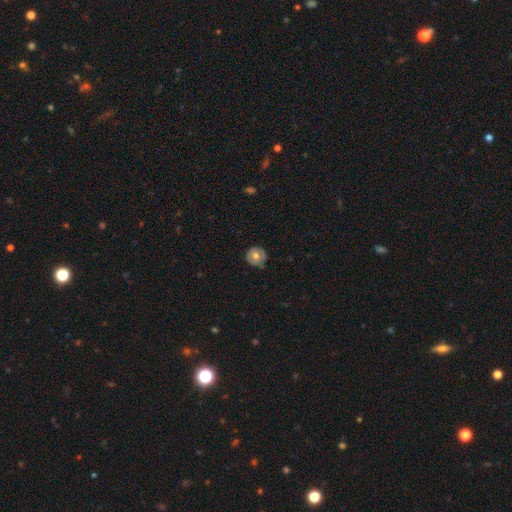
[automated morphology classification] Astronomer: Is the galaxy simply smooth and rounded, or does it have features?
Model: smooth — 59%.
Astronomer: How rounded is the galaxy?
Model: round — 88%.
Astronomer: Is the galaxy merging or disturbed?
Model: none — 77%.